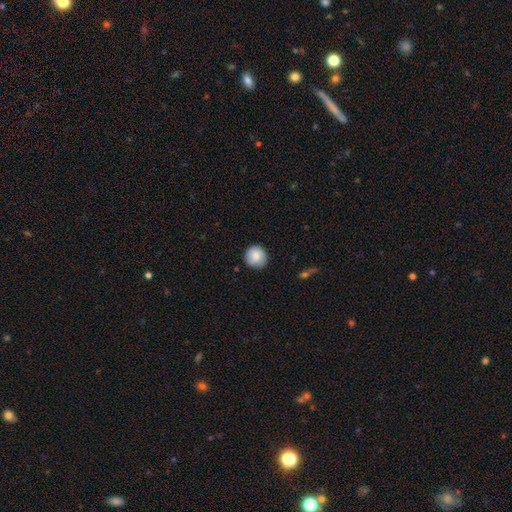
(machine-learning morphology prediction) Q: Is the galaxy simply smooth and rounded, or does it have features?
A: smooth — 85%.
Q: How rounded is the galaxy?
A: round — 93%.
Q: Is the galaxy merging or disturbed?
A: none — 84%.